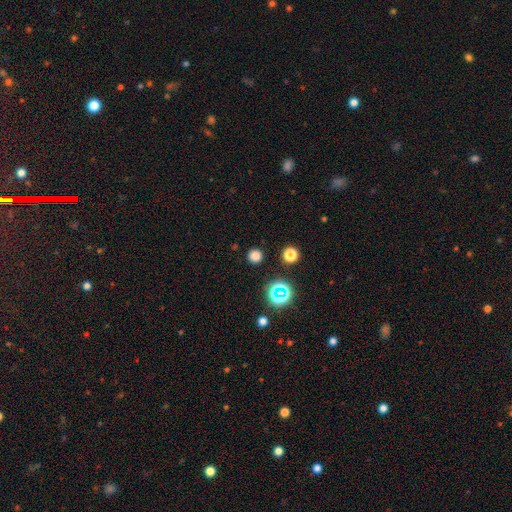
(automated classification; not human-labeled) smooth_or_featured: smooth (p=0.75) [alt: star or artifact p=0.21]
how_rounded: round (p=0.94) [alt: in between p=0.05]
merging: none (p=0.90) [alt: minor disturbance p=0.06]